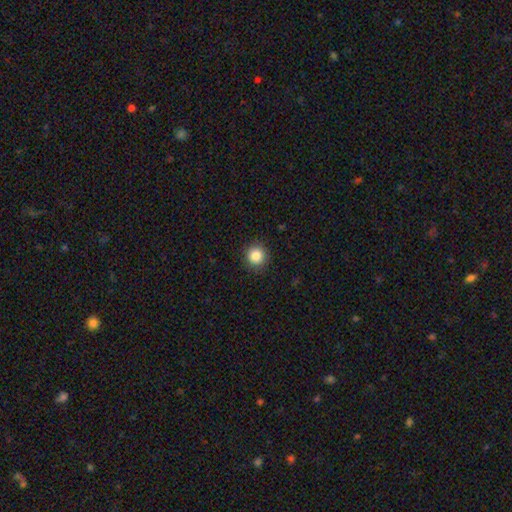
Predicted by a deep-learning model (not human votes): This is clearly a smooth galaxy (86%). How rounded: clearly round (93%). Merging: clearly none (91%).